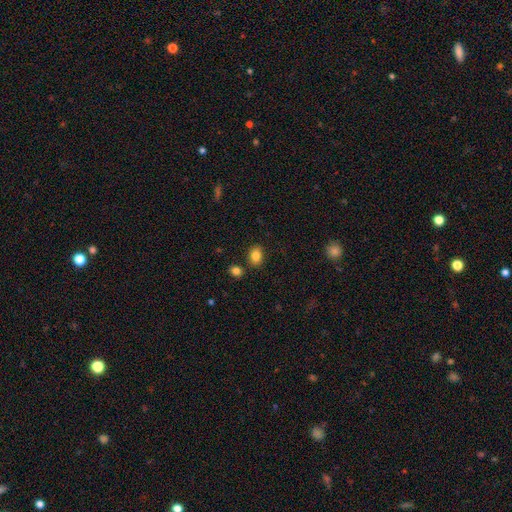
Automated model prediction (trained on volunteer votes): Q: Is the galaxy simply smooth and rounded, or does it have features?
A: smooth — 84%.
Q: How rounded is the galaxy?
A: in between — 74%.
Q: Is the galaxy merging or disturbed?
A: none — 82%.